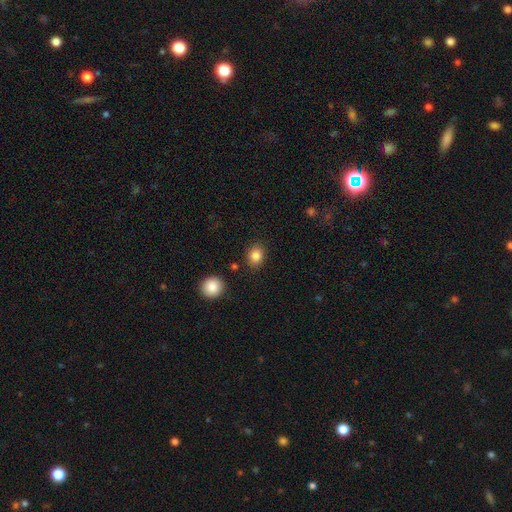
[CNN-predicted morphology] A smooth galaxy with no disk features (85%) that is round (50%).

Vote fractions:
- Smooth or featured? smooth: 85% / star or artifact: 10% / featured or disk: 5%
- How rounded? round: 50% / in between: 49% / cigar-shaped: 1%
- Merging? none: 85% / minor disturbance: 9% / merger: 3% / major disturbance: 3%